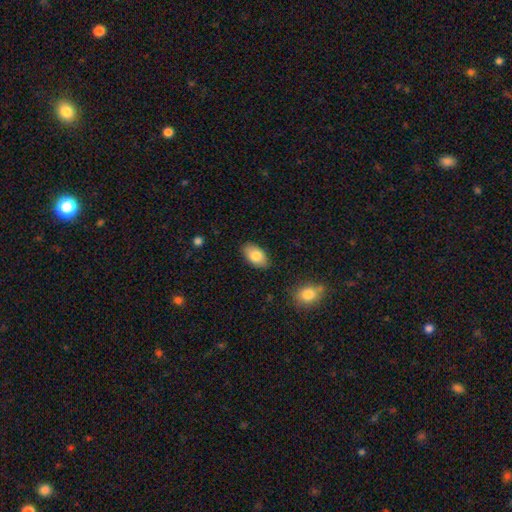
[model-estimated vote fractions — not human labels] smooth-or-featured: smooth: 81% | featured or disk: 12% | star or artifact: 6%
  how-rounded: in between: 94% | round: 4% | cigar-shaped: 2%
  merging: none: 86% | minor disturbance: 10% | major disturbance: 2% | merger: 1%